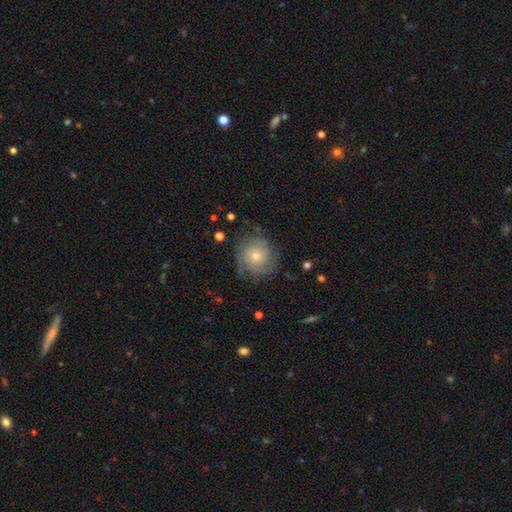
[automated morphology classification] This is possibly a smooth galaxy (49%). Merging: likely none (71%).